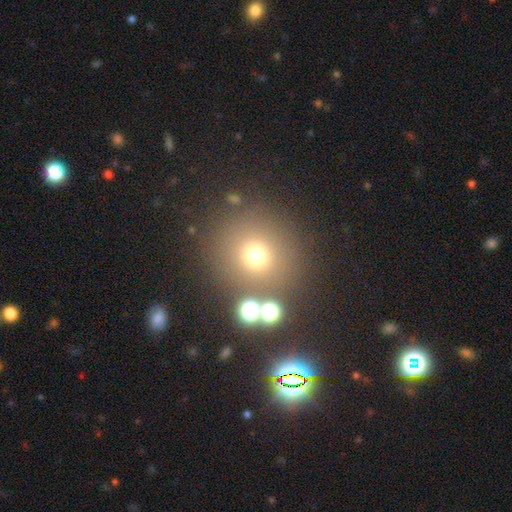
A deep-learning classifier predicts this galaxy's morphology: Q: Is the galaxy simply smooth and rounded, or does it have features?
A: smooth — 68%.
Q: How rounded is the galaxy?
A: round — 91%.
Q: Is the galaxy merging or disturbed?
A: none — 80%.